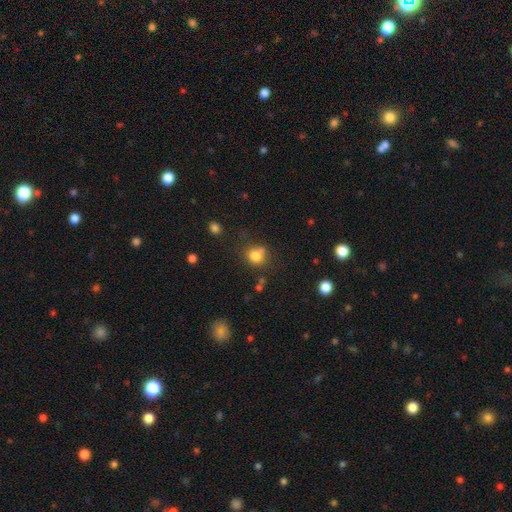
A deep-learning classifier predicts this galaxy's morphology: smooth-or-featured: smooth: 79% | star or artifact: 13% | featured or disk: 8%
  how-rounded: round: 79% | in between: 20% | cigar-shaped: 1%
  merging: none: 61% | minor disturbance: 18% | merger: 15% | major disturbance: 6%